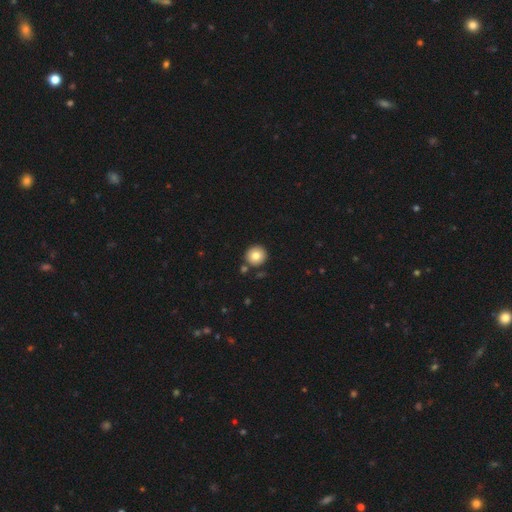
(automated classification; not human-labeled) smooth_or_featured: smooth (p=0.81) [alt: featured or disk p=0.10]
how_rounded: round (p=0.95) [alt: in between p=0.04]
merging: none (p=0.85) [alt: minor disturbance p=0.07]